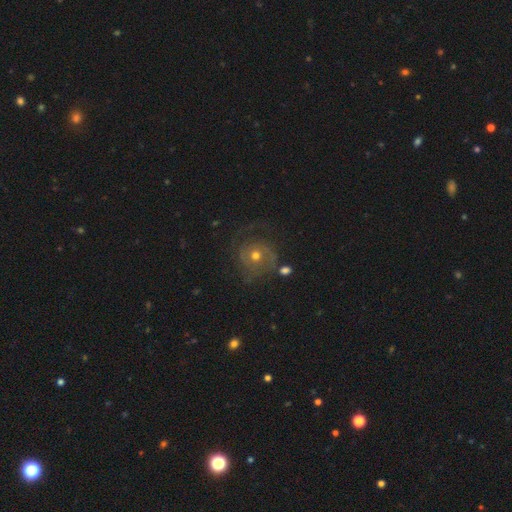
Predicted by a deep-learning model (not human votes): The model was most divided on "spiral winding": tight: 46%, medium: 36%, loose: 17%. Remaining: edge-on disk — no (97%); spiral arms — yes (84%); bar — no (81%); smooth or featured — featured or disk (69%); bulge size — moderate (68%); merging — none (59%); spiral arm count — 2 (44%).